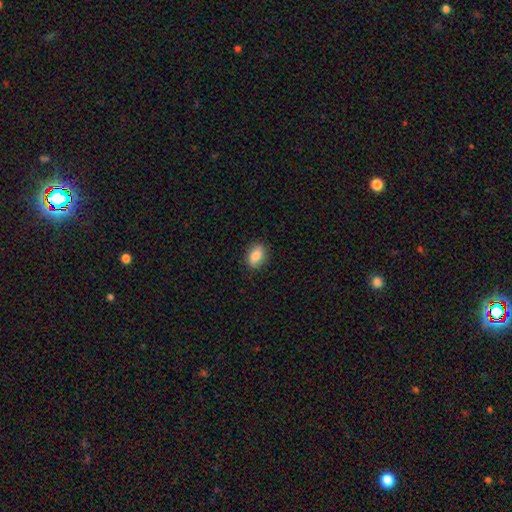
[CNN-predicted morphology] This appears to be a smooth galaxy with no disk features (82%) that is in between round and cigar-shaped (78%). Merging: none (86%).